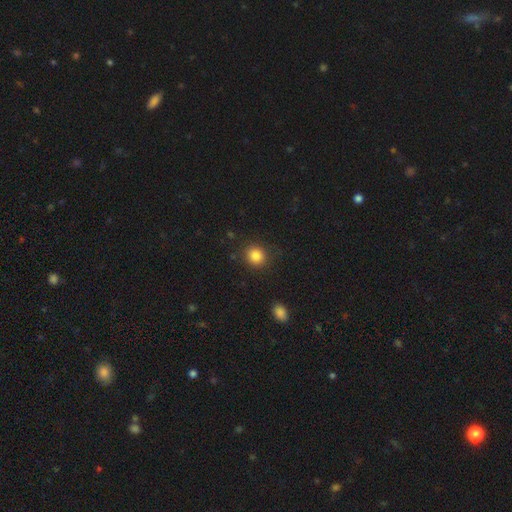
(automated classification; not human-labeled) Q: Smooth or featured?
A: smooth (86%); runner-up: star or artifact (10%)
Q: How rounded?
A: round (82%); runner-up: in between (17%)
Q: Merging?
A: none (86%); runner-up: minor disturbance (9%)